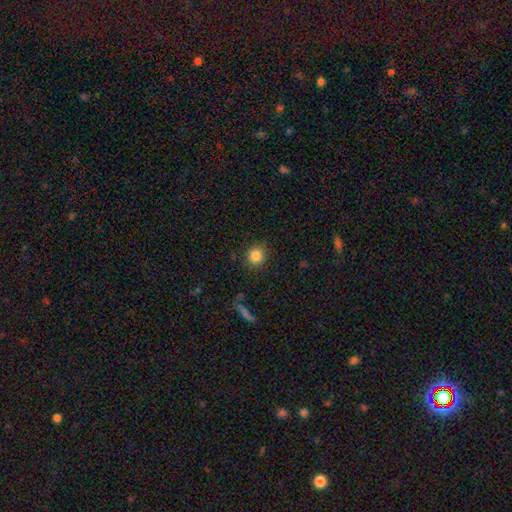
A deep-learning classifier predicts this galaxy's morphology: A smooth galaxy with no disk features (85%) that is round (88%).

Vote fractions:
- Smooth or featured? smooth: 85% / star or artifact: 10% / featured or disk: 5%
- How rounded? round: 88% / in between: 11% / cigar-shaped: 1%
- Merging? none: 86% / minor disturbance: 9% / major disturbance: 3% / merger: 2%